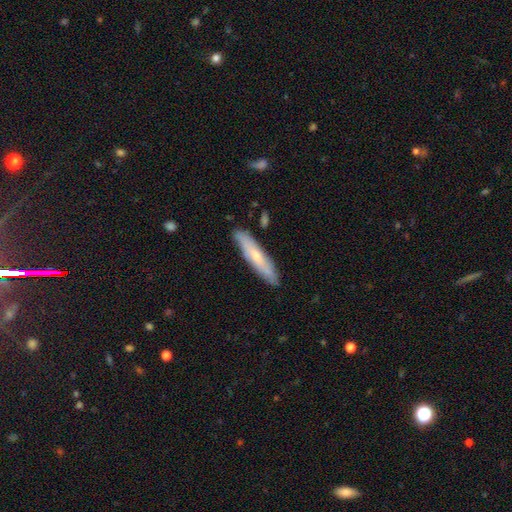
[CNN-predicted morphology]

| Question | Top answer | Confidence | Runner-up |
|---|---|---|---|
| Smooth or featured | smooth | 56% | featured or disk (38%) |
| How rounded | cigar-shaped | 85% | in between (14%) |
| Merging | none | 86% | minor disturbance (11%) |